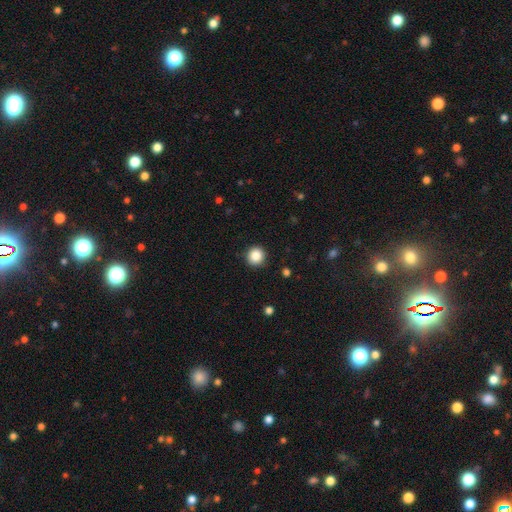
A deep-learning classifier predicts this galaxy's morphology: This appears to be a smooth galaxy with no disk features (85%) that is round (94%). Merging: none (91%).